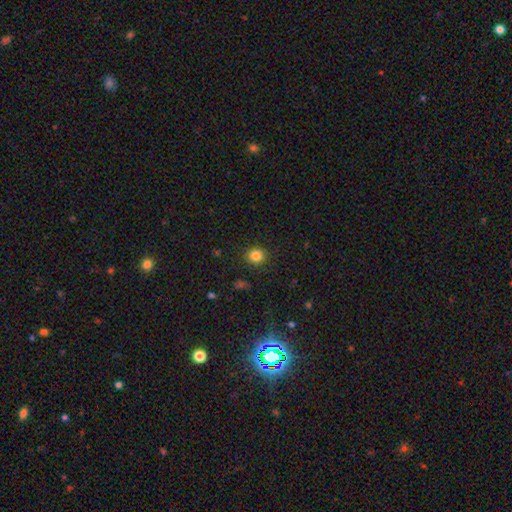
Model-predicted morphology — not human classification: Smooth or featured?
  - smooth: 83% *
  - star or artifact: 12%
  - featured or disk: 5%
How rounded?
  - round: 85% *
  - in between: 14%
  - cigar-shaped: 1%
Merging?
  - none: 89% *
  - minor disturbance: 7%
  - major disturbance: 2%
  - merger: 1%